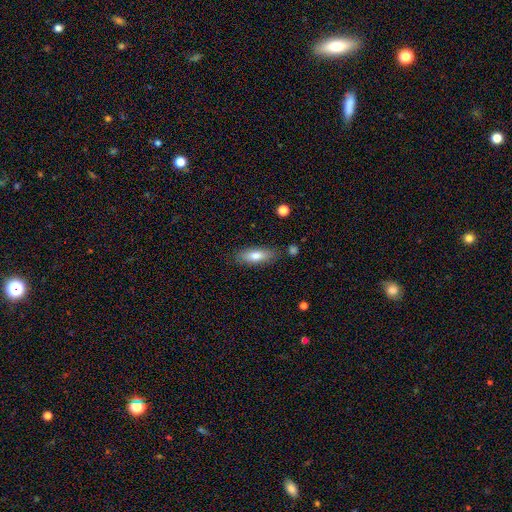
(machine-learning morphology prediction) smooth-or-featured: smooth: 77% | featured or disk: 17% | star or artifact: 7%
  how-rounded: in between: 63% | cigar-shaped: 35% | round: 2%
  merging: none: 81% | minor disturbance: 13% | major disturbance: 3% | merger: 3%